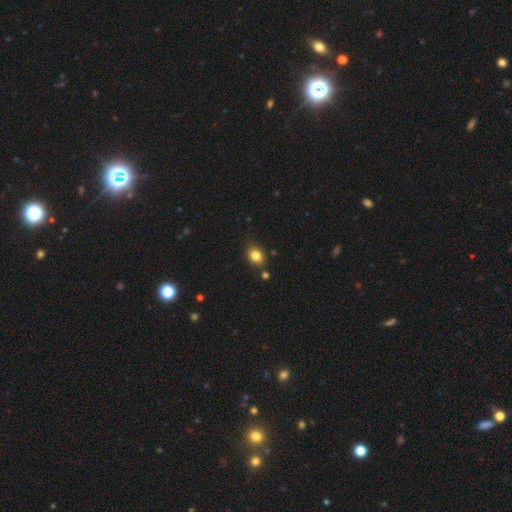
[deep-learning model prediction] smooth 83%, star or artifact 10%, featured or disk 6%. Down the decision tree: how rounded — in between (56%); merging — none (81%).